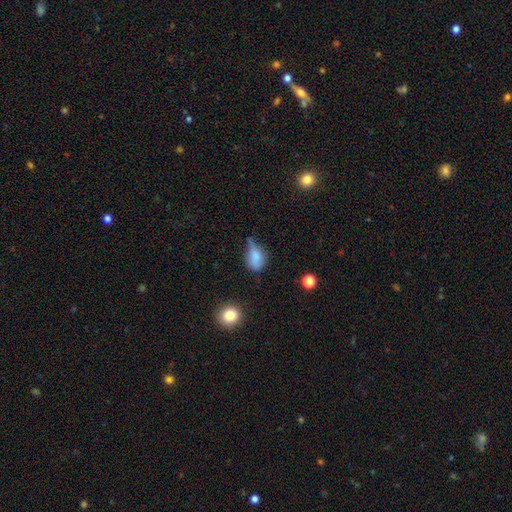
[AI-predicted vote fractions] A smooth galaxy with no disk features (74%) that is in between round and cigar-shaped (76%).

Vote fractions:
- Smooth or featured? smooth: 74% / featured or disk: 16% / star or artifact: 11%
- How rounded? in between: 76% / round: 20% / cigar-shaped: 5%
- Merging? minor disturbance: 43% / none: 32% / major disturbance: 21% / merger: 5%